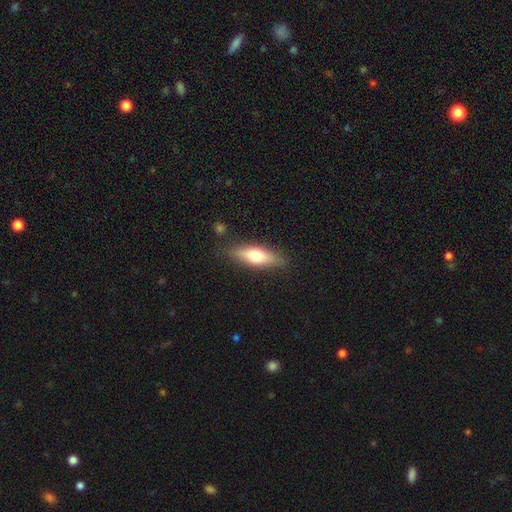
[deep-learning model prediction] Smooth or featured? smooth (60%)
How rounded? in between (49%)
Merging? none (83%)